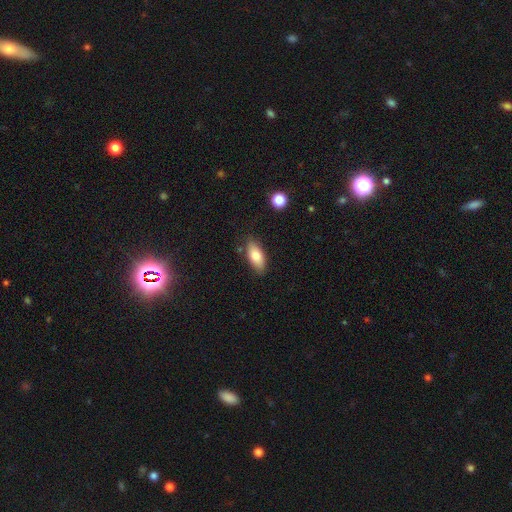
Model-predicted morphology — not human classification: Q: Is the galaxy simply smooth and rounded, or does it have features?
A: smooth — 79%.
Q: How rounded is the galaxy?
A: in between — 86%.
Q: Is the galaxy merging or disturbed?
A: none — 81%.